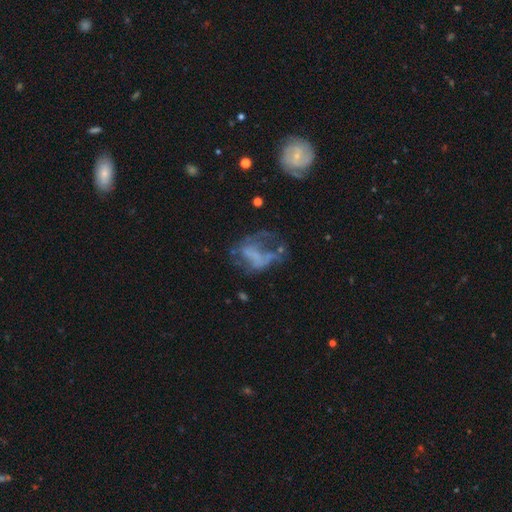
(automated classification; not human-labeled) Smooth or featured: featured or disk — 58% (smooth — 25%)
Edge-on disk: no — 97% (yes — 3%)
Bar: no — 71% (weak — 19%)
Spiral arms: no — 70% (yes — 30%)
Bulge size: none — 73% (small — 12%)
Merging: major disturbance — 45% (none — 29%)